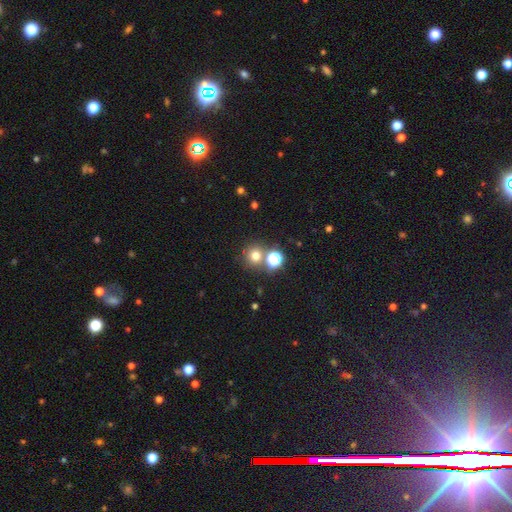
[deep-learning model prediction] A smooth galaxy with no disk features (71%) that is round (92%).

Vote fractions:
- Smooth or featured? smooth: 71% / star or artifact: 22% / featured or disk: 7%
- How rounded? round: 92% / in between: 8% / cigar-shaped: 1%
- Merging? none: 73% / merger: 17% / minor disturbance: 7% / major disturbance: 3%